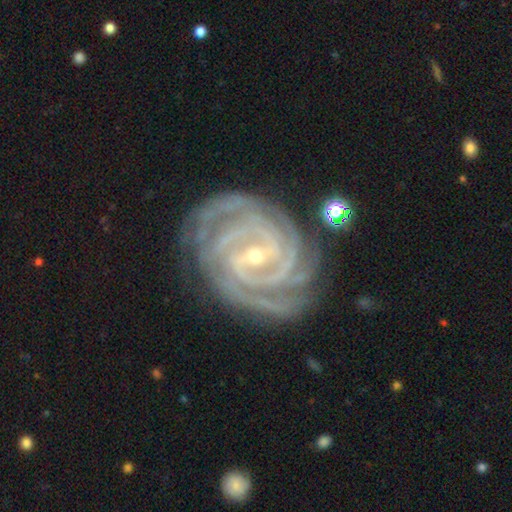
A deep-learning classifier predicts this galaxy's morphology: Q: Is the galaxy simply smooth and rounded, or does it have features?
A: featured or disk — 93%.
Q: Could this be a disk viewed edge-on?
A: no — 97%.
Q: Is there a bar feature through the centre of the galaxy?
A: strong — 43%.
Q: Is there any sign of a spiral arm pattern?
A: yes — 99%.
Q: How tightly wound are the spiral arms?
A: tight — 77%.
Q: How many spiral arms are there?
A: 4 — 30%.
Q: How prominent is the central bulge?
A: small — 75%.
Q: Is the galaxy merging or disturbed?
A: none — 77%.